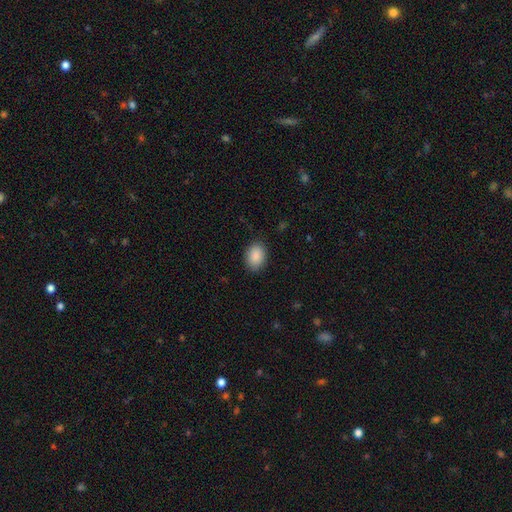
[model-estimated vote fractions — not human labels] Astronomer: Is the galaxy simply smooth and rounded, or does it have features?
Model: smooth — 89%.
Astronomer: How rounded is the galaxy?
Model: in between — 77%.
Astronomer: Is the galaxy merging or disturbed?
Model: none — 87%.